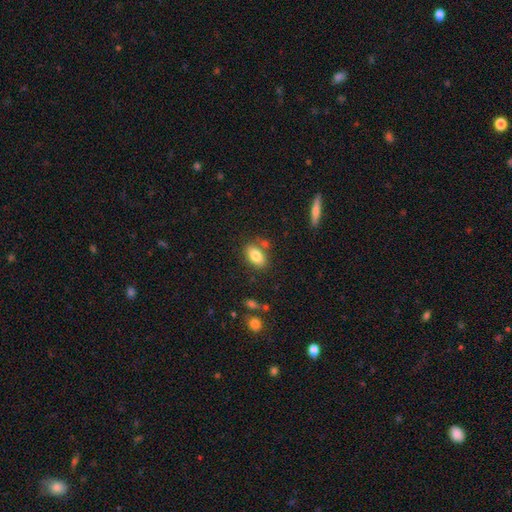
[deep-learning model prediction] Overall: smooth (82%). How rounded: in between (90%). Merging: none (76%).